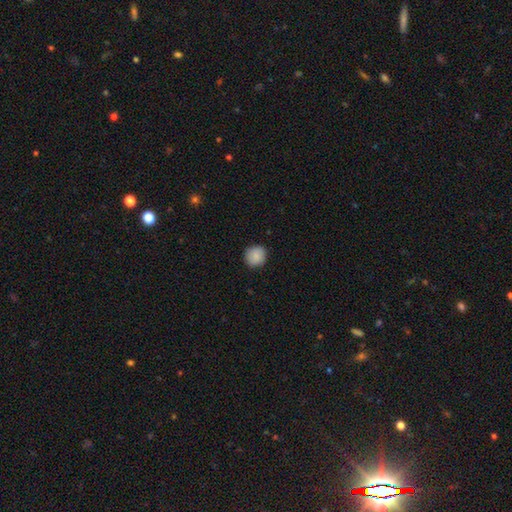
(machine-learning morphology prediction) Smooth or featured? smooth (87%)
How rounded? round (91%)
Merging? none (89%)